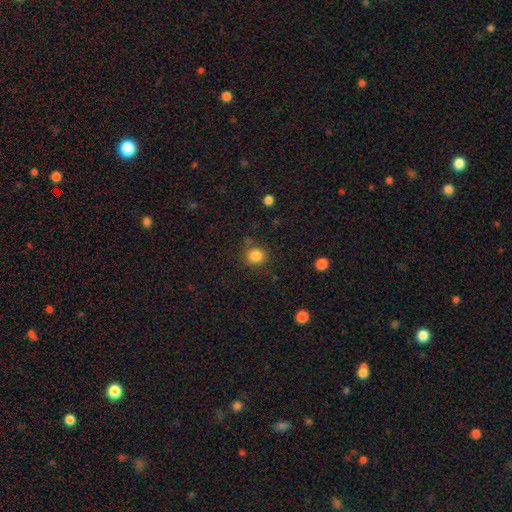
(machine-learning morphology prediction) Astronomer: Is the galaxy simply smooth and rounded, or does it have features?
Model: smooth — 84%.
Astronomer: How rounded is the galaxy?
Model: round — 87%.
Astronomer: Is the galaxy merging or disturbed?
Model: none — 81%.